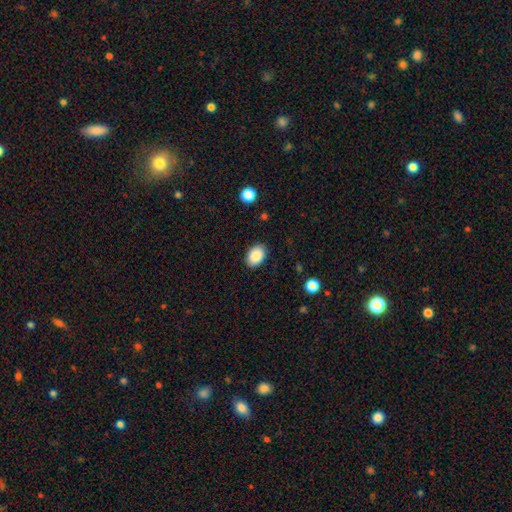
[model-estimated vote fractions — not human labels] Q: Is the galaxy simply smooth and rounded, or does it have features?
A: smooth — 89%.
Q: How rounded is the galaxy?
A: in between — 83%.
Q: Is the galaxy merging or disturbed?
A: none — 87%.